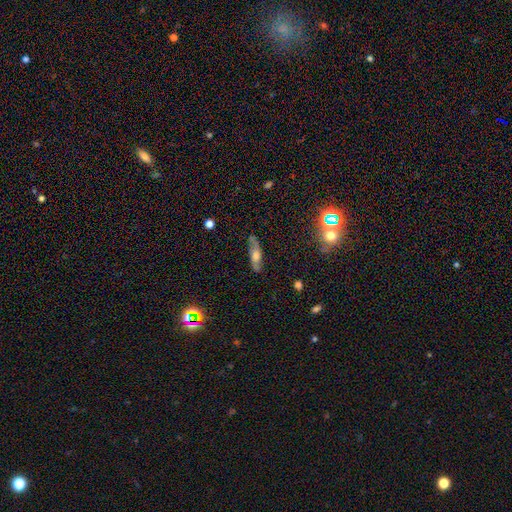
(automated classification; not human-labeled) This appears to be a featured or disk galaxy (58%). Merging: none (74%).